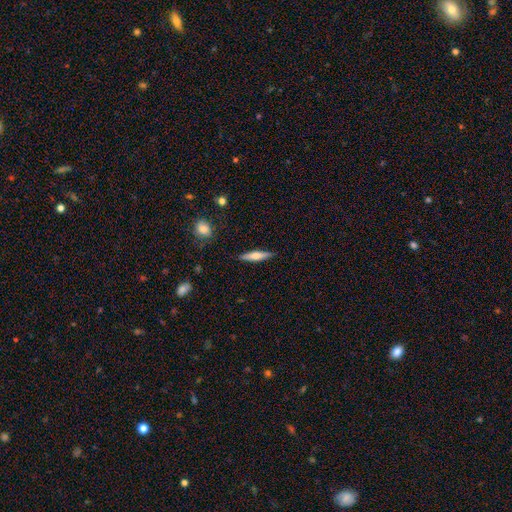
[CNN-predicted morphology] smooth-or-featured: smooth: 56% | featured or disk: 38% | star or artifact: 6%
  how-rounded: cigar-shaped: 81% | in between: 17% | round: 2%
  merging: none: 89% | minor disturbance: 8% | major disturbance: 2% | merger: 1%